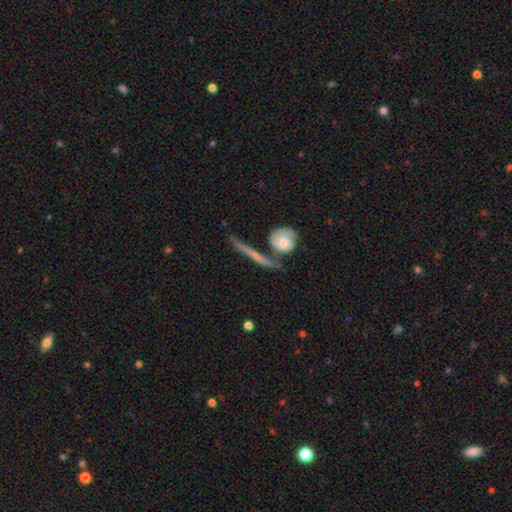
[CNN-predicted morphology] featured or disk 54%, smooth 39%, star or artifact 8%. Down the decision tree: edge-on disk — yes (76%); merging — none (61%).